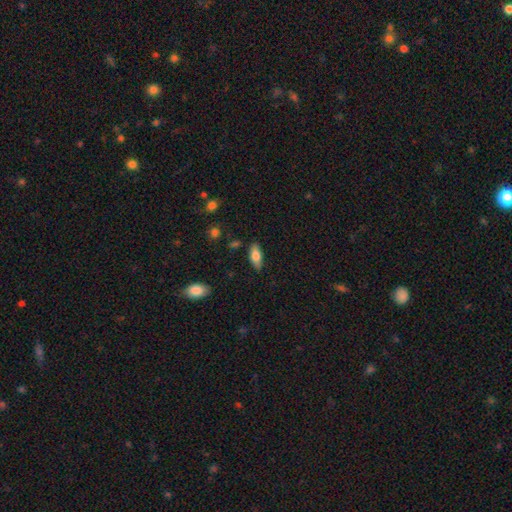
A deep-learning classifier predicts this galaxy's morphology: Overall: smooth (77%). How rounded: in between (80%). Merging: none (83%).